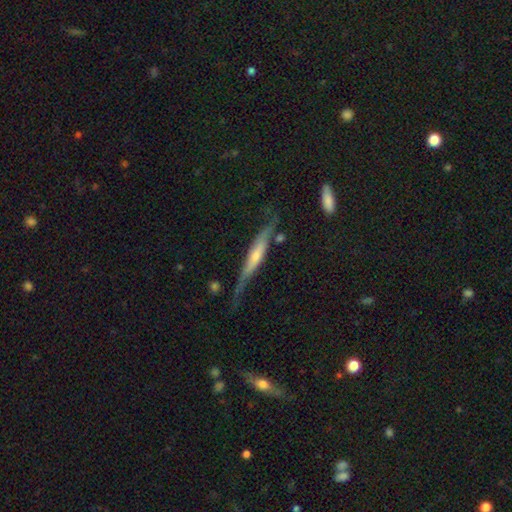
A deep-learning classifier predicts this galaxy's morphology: type=featured or disk (65%); edge-on=yes (86%); edge-on bulge=rounded (54%); merging=none (56%).